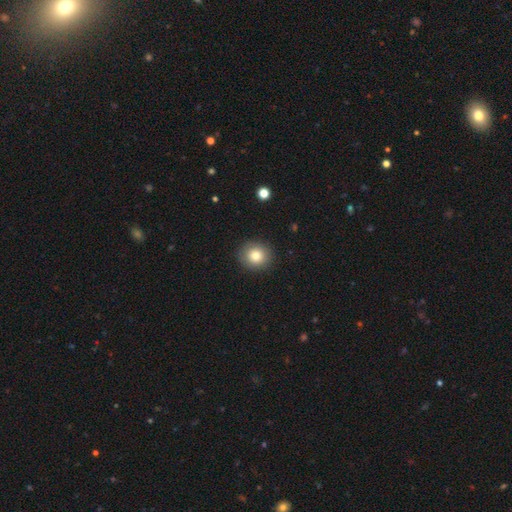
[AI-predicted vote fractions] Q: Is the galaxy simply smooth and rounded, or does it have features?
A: smooth — 81%.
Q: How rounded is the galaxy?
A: round — 86%.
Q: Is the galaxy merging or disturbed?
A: none — 90%.